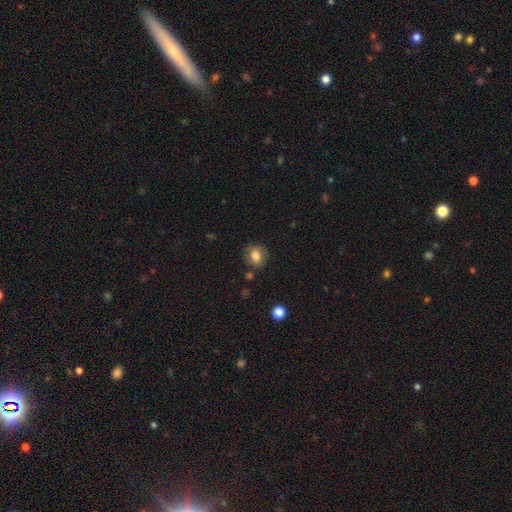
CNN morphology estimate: smooth-or-featured: smooth: 76% | featured or disk: 15% | star or artifact: 9%
  how-rounded: round: 57% | in between: 42% | cigar-shaped: 1%
  merging: none: 77% | minor disturbance: 15% | major disturbance: 4% | merger: 3%